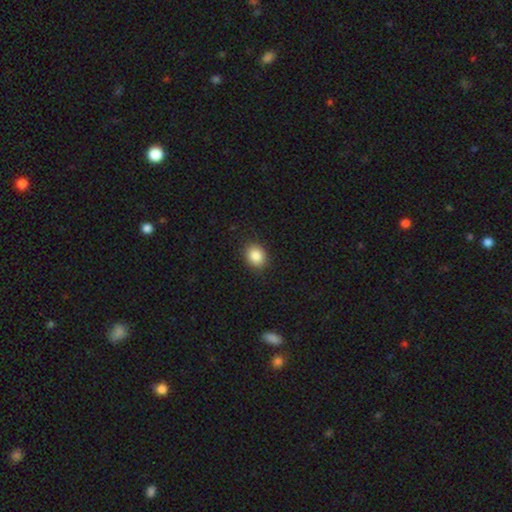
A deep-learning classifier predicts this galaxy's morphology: Smooth or featured? Predicted: smooth (p=0.87). How rounded? Predicted: round (p=0.54). Merging? Predicted: none (p=0.89).